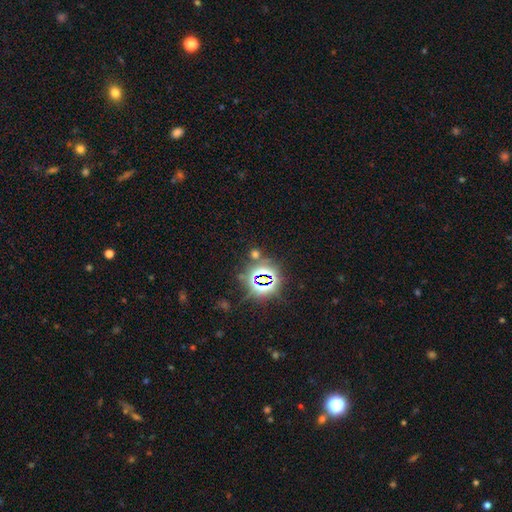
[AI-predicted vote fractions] The model was most divided on "smooth or featured": star or artifact: 78%, smooth: 14%, featured or disk: 8%.